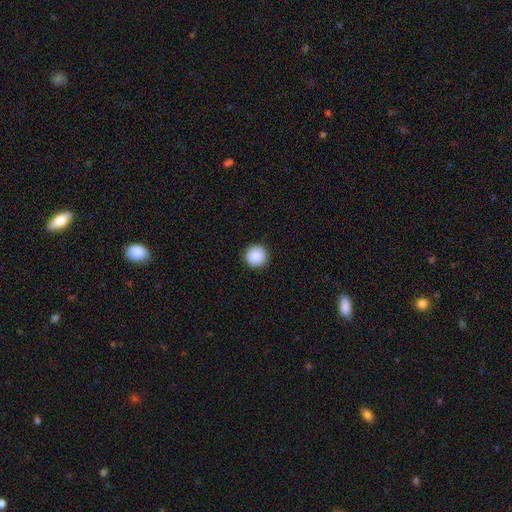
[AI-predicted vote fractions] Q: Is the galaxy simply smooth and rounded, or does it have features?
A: smooth — 87%.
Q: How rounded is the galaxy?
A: round — 96%.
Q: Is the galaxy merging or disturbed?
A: none — 92%.